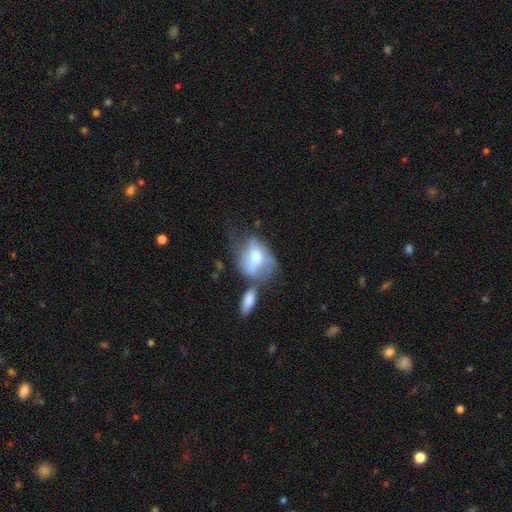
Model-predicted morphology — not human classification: type=smooth (47%); merging=merger (31%).